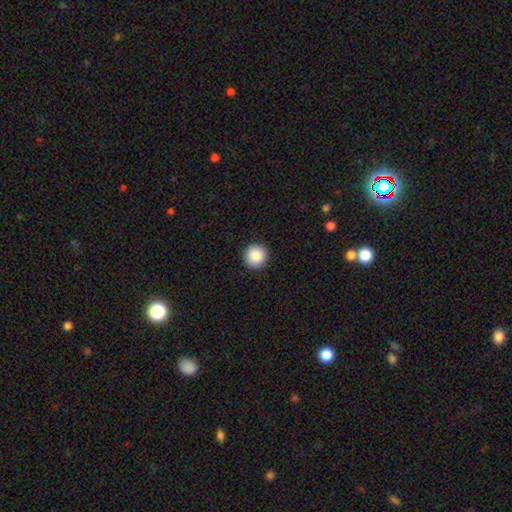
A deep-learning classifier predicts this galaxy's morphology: Smooth or featured? Predicted: smooth (p=0.89). How rounded? Predicted: round (p=0.96). Merging? Predicted: none (p=0.93).